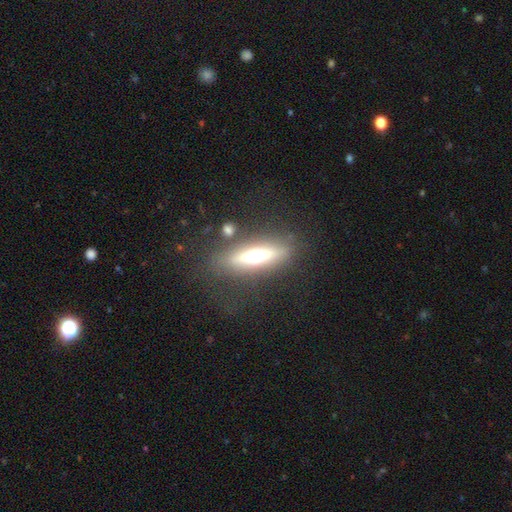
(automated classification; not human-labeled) This is possibly a featured or disk galaxy (55%). It is clearly viewed edge-on (85%). Merging: likely none (80%).